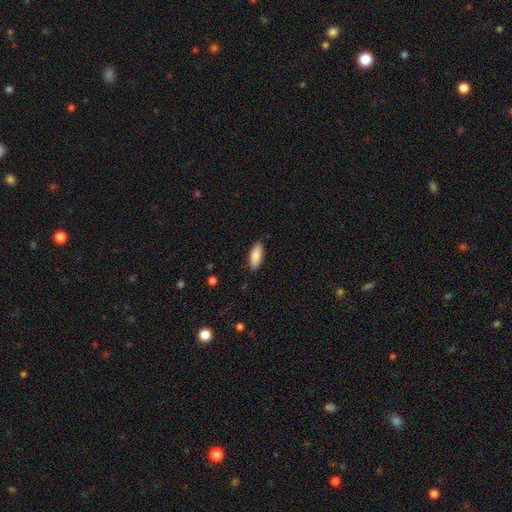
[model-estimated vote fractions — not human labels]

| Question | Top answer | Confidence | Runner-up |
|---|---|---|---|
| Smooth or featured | smooth | 88% | star or artifact (6%) |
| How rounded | in between | 76% | cigar-shaped (22%) |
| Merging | none | 88% | minor disturbance (9%) |